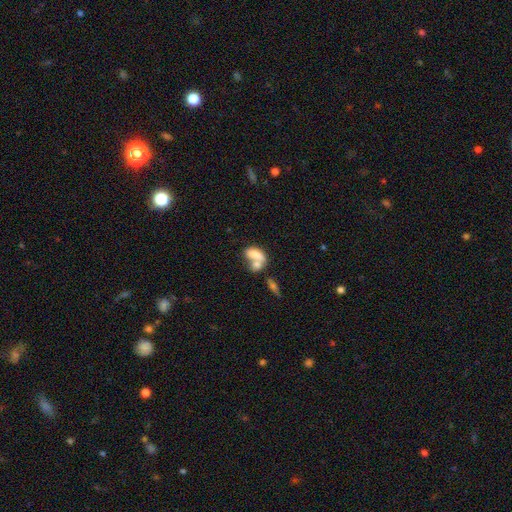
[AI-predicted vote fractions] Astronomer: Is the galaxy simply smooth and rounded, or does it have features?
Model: smooth — 69%.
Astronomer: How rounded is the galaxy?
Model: in between — 84%.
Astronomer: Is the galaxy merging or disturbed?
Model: merger — 64%.